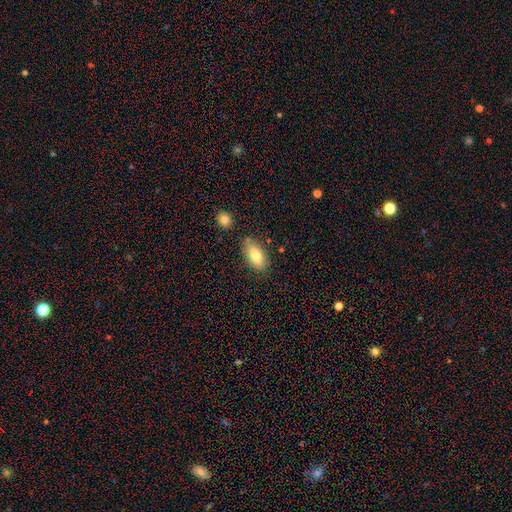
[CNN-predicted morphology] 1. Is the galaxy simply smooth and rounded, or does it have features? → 79% smooth, 14% featured or disk, 7% star or artifact.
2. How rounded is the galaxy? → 89% in between, 8% cigar-shaped, 3% round.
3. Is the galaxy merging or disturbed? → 77% none, 15% minor disturbance, 5% merger, 3% major disturbance.